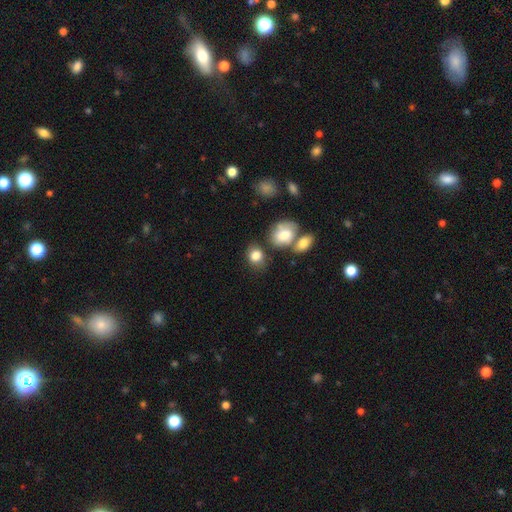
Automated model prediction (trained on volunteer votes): Q: Smooth or featured?
A: smooth (82%); runner-up: star or artifact (9%)
Q: How rounded?
A: round (54%); runner-up: in between (44%)
Q: Merging?
A: none (63%); runner-up: merger (16%)